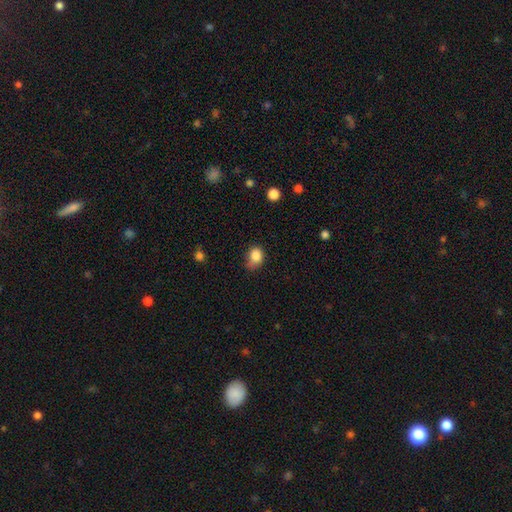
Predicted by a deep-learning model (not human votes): Smooth or featured: smooth — 85% (star or artifact — 10%)
How rounded: in between — 53% (round — 46%)
Merging: none — 48% (minor disturbance — 39%)